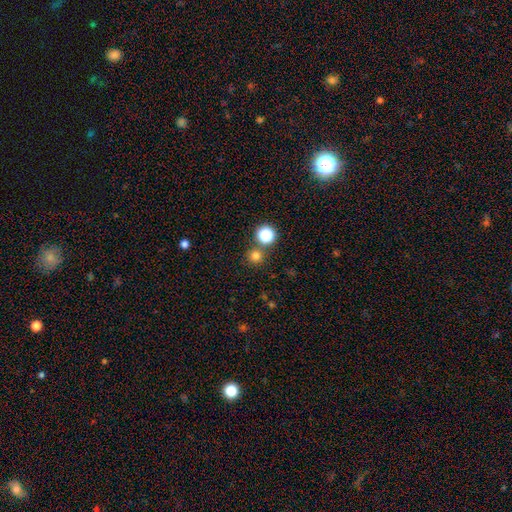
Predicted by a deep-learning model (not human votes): Smooth or featured? Predicted: smooth (p=0.76). How rounded? Predicted: round (p=0.94). Merging? Predicted: none (p=0.79).